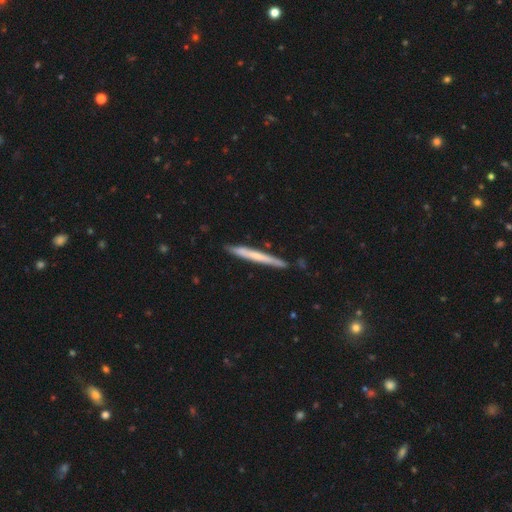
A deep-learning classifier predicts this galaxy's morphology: smooth-or-featured: smooth: 51% | featured or disk: 43% | star or artifact: 5%
  how-rounded: cigar-shaped: 97% | in between: 2% | round: 1%
  merging: none: 86% | minor disturbance: 11% | merger: 2% | major disturbance: 2%